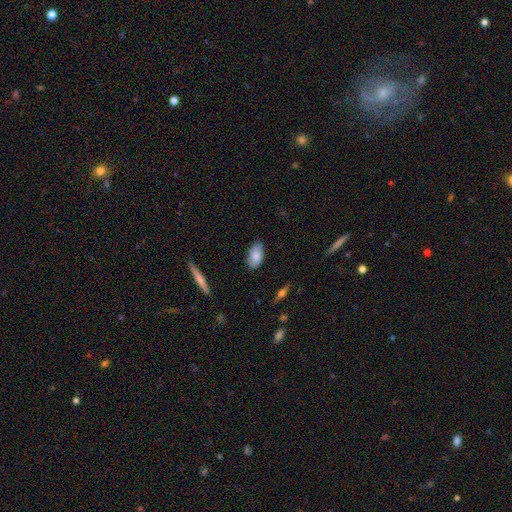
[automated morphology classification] Smooth or featured? Predicted: smooth (p=0.78). How rounded? Predicted: in between (p=0.93). Merging? Predicted: none (p=0.82).